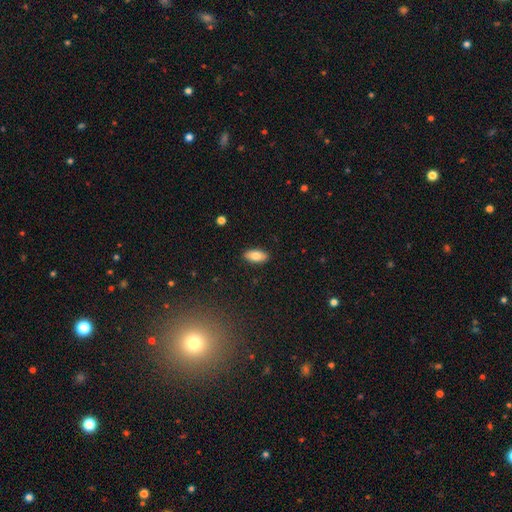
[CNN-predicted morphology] smooth 81%, featured or disk 12%, star or artifact 7%. Down the decision tree: how rounded — in between (90%); merging — none (89%).